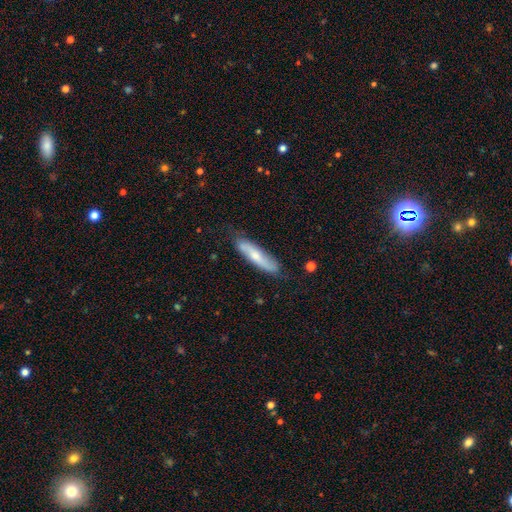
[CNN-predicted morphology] Q: Smooth or featured?
A: smooth (53%); runner-up: featured or disk (41%)
Q: How rounded?
A: cigar-shaped (81%); runner-up: in between (17%)
Q: Merging?
A: none (73%); runner-up: minor disturbance (21%)